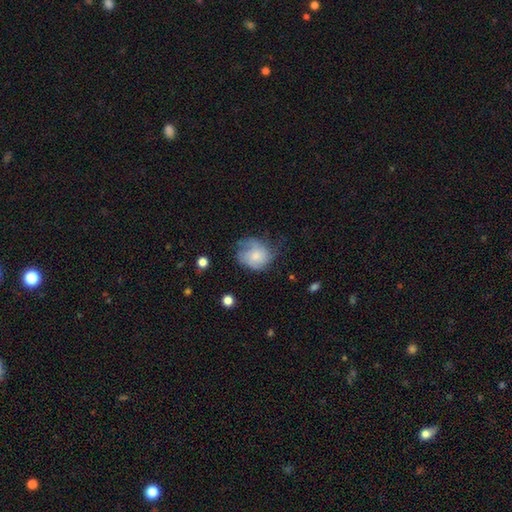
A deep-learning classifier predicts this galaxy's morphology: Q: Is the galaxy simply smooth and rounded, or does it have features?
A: smooth — 57%.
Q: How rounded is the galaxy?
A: round — 68%.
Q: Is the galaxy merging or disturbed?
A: none — 43%.